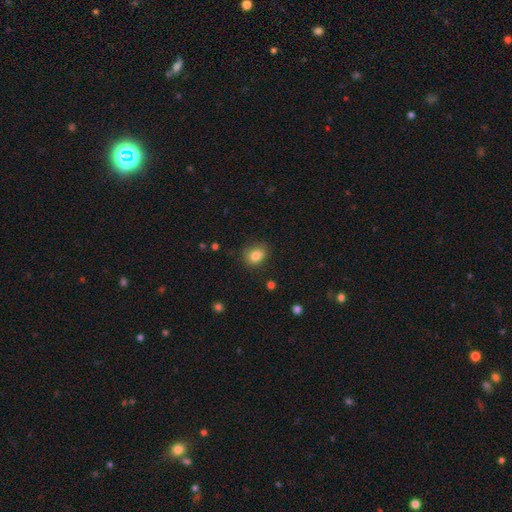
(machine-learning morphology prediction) smooth 83%, star or artifact 11%, featured or disk 7%. Down the decision tree: how rounded — round (51%); merging — none (79%).